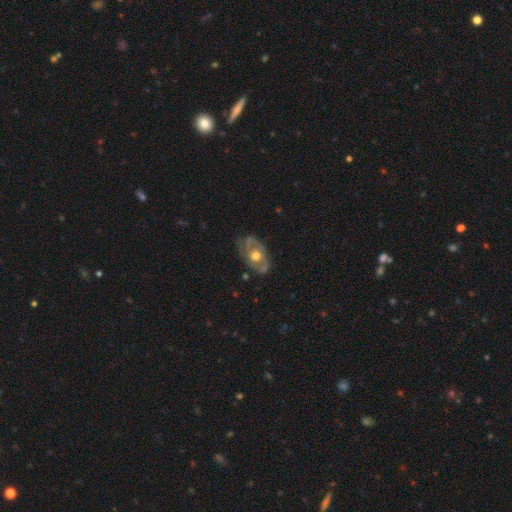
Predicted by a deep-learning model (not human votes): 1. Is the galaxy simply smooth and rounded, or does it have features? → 70% featured or disk, 24% smooth, 6% star or artifact.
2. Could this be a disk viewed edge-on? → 92% no, 8% yes.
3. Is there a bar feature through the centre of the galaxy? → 81% no, 16% weak, 3% strong.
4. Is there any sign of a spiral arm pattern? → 57% yes, 43% no.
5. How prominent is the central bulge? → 71% moderate, 19% large, 8% small, 1% none, 1% dominant.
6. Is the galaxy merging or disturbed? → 65% none, 23% minor disturbance, 10% major disturbance, 2% merger.